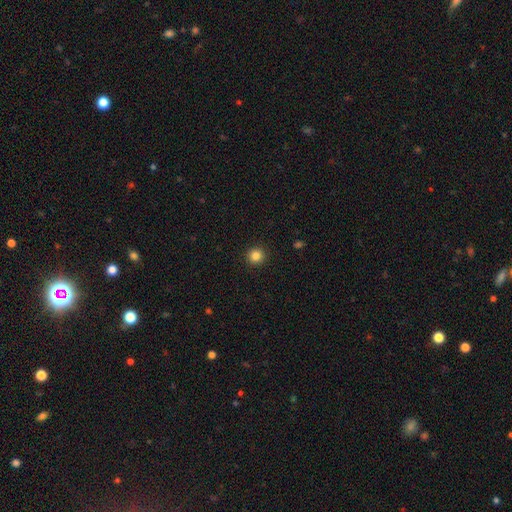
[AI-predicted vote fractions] This is clearly a smooth galaxy (85%). How rounded: clearly round (94%). Merging: clearly none (93%).